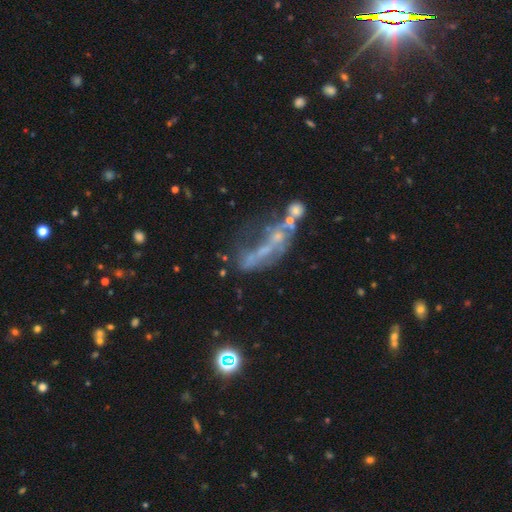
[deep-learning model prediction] smooth-or-featured: featured or disk: 56% | smooth: 25% | star or artifact: 20%
  disk-edge-on: no: 87% | yes: 13%
  merging: major disturbance: 32% | merger: 30% | none: 24% | minor disturbance: 14%